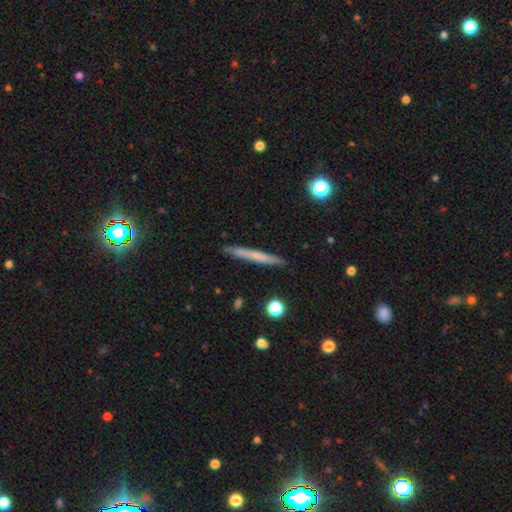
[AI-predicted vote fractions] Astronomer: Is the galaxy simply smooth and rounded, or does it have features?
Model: smooth — 59% (runner-up: featured or disk, 35%).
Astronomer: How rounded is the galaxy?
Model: cigar-shaped — 96%.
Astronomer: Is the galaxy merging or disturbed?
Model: none — 90%.